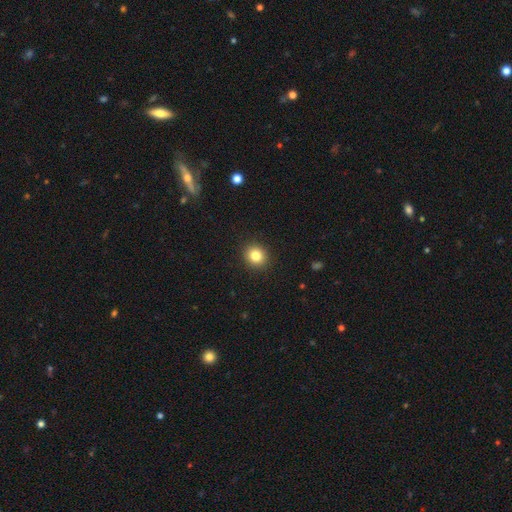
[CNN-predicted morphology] A smooth galaxy with no disk features (83%) that is round (84%). Merging: none (92%).